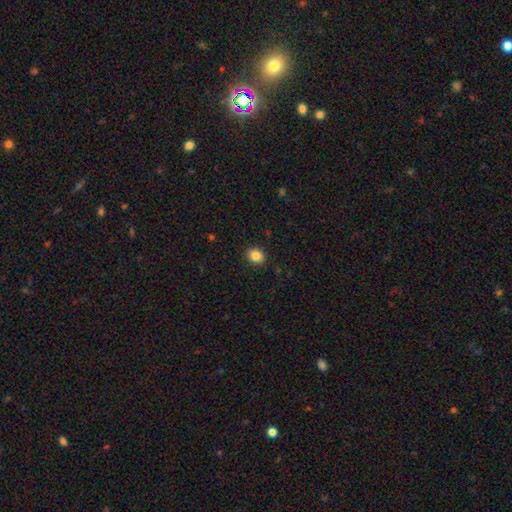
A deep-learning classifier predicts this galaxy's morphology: Q: Smooth or featured?
A: smooth (86%); runner-up: star or artifact (10%)
Q: How rounded?
A: round (68%); runner-up: in between (31%)
Q: Merging?
A: none (91%); runner-up: minor disturbance (6%)